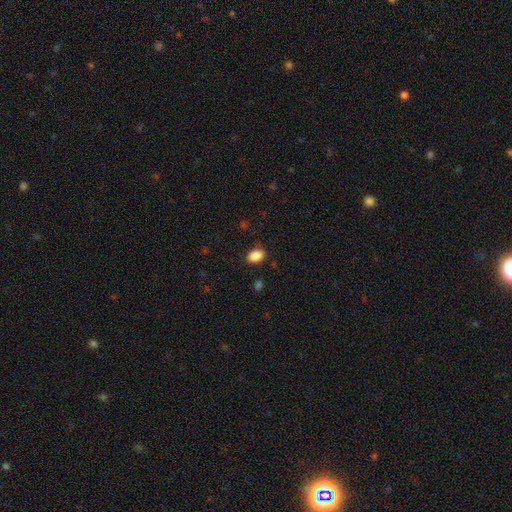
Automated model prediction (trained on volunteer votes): Q: Smooth or featured?
A: smooth (88%); runner-up: star or artifact (8%)
Q: How rounded?
A: in between (84%); runner-up: round (14%)
Q: Merging?
A: none (86%); runner-up: minor disturbance (10%)